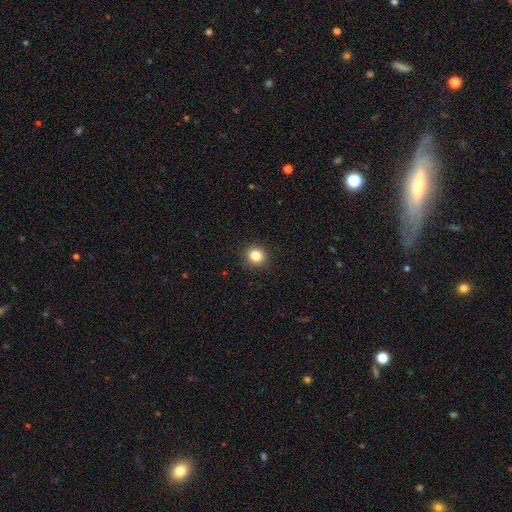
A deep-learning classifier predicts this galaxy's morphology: smooth-or-featured: smooth: 85% | star or artifact: 11% | featured or disk: 5%
  how-rounded: round: 87% | in between: 12% | cigar-shaped: 1%
  merging: none: 91% | minor disturbance: 6% | major disturbance: 2% | merger: 1%